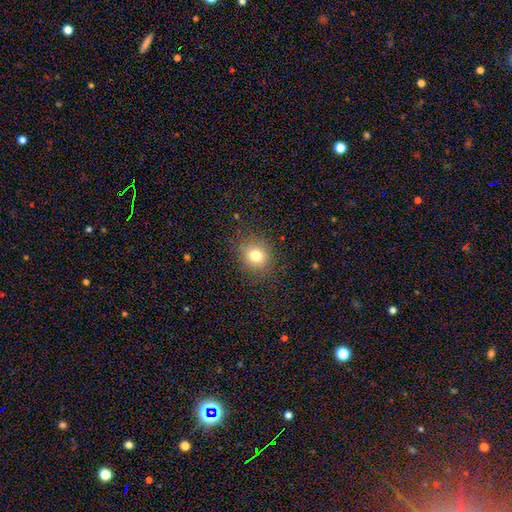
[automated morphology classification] Overall: smooth (76%). How rounded: round (82%). Merging: none (85%).